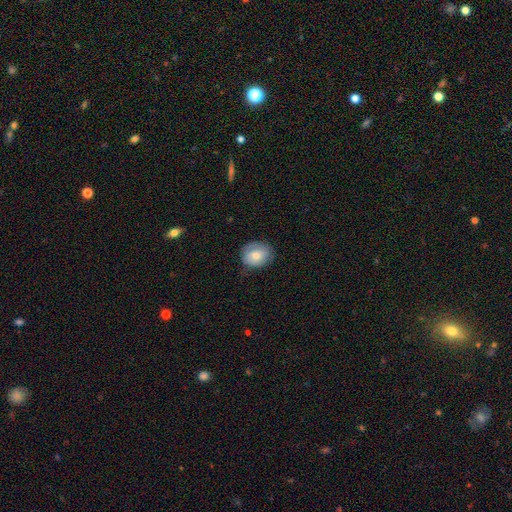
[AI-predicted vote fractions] The model was most divided on "how rounded": round: 62%, in between: 37%, cigar-shaped: 1%. More confident: smooth or featured — smooth (71%); merging — none (68%).